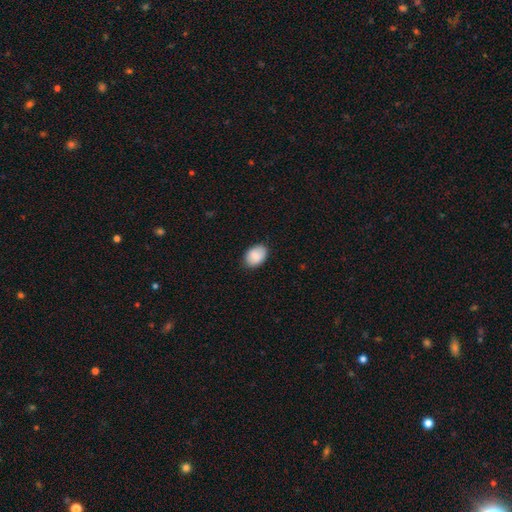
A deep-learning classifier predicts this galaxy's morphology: Smooth or featured: smooth — 89% (star or artifact — 7%)
How rounded: in between — 81% (round — 18%)
Merging: none — 85% (minor disturbance — 12%)